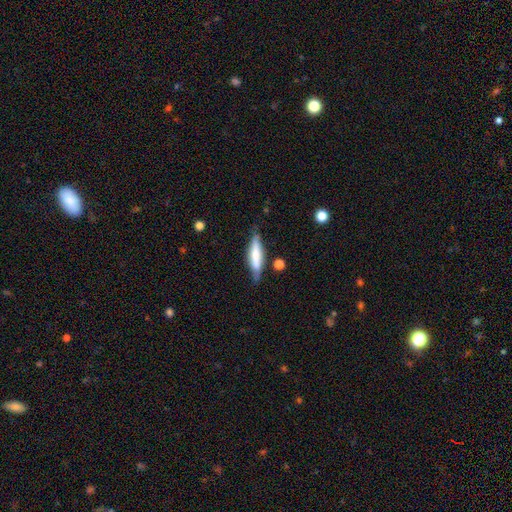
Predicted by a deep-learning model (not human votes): smooth_or_featured: smooth (p=0.56) [alt: featured or disk p=0.38]
how_rounded: cigar-shaped (p=0.73) [alt: in between p=0.25]
merging: none (p=0.71) [alt: minor disturbance p=0.21]